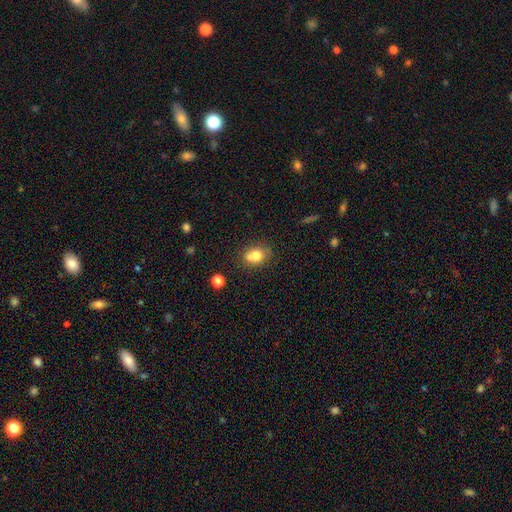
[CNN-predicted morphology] smooth 74%, featured or disk 15%, star or artifact 11%. Down the decision tree: how rounded — round (52%); merging — none (54%).